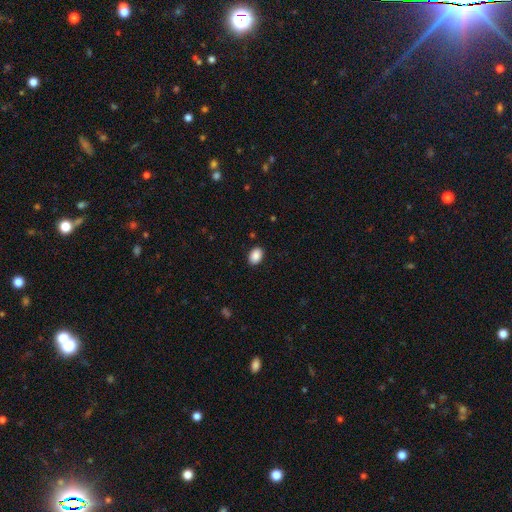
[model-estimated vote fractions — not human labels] A smooth galaxy with no disk features (90%) that is in between round and cigar-shaped (84%).

Vote fractions:
- Smooth or featured? smooth: 90% / star or artifact: 7% / featured or disk: 3%
- How rounded? in between: 84% / round: 15% / cigar-shaped: 1%
- Merging? none: 89% / minor disturbance: 8% / major disturbance: 2% / merger: 1%